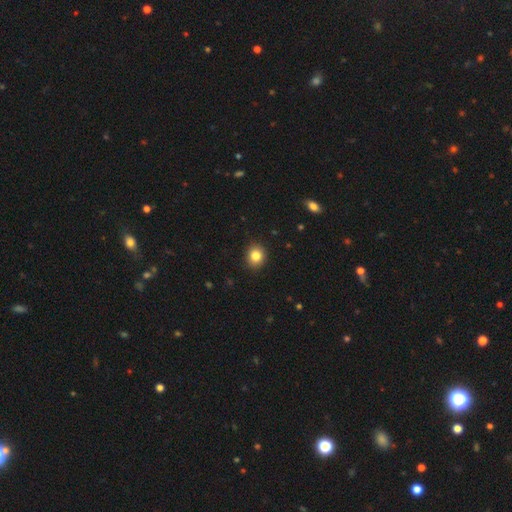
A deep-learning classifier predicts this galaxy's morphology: This appears to be a smooth galaxy with no disk features (84%) that is round (74%). Merging: none (89%).